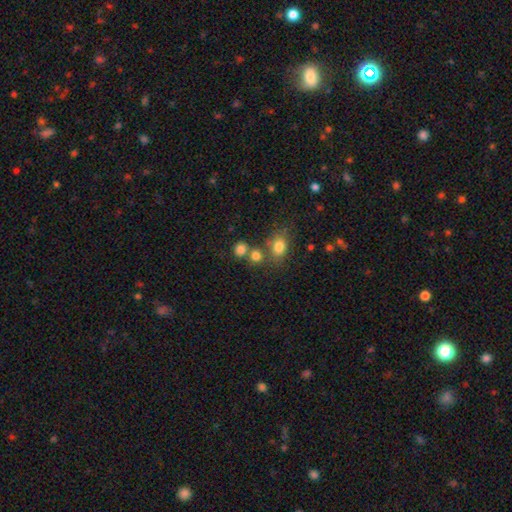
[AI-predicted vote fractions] Smooth or featured? smooth (78%)
How rounded? round (76%)
Merging? none (56%)